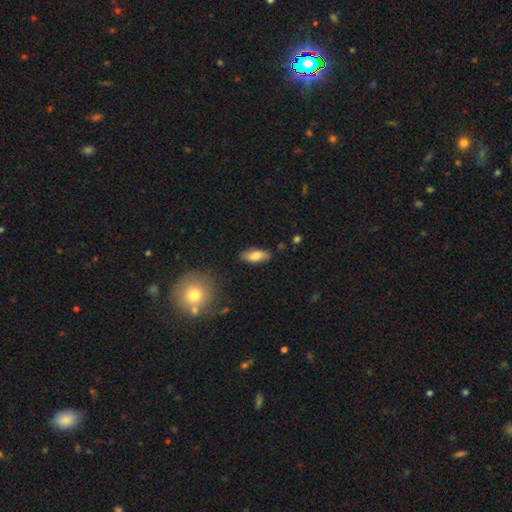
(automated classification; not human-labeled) Smooth or featured? Predicted: smooth (p=0.80). How rounded? Predicted: in between (p=0.85). Merging? Predicted: none (p=0.84).